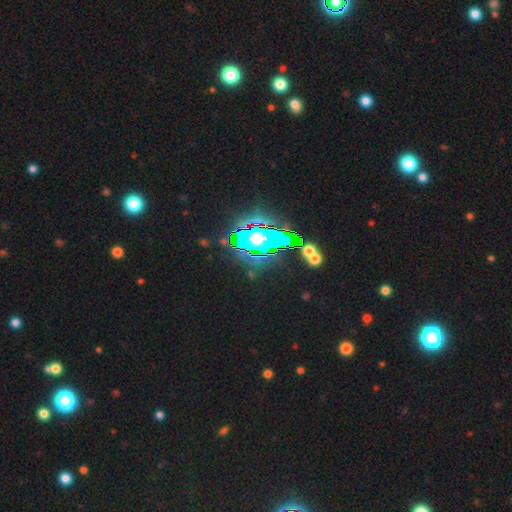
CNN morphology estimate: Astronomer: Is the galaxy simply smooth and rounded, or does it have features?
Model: star or artifact — 79%.